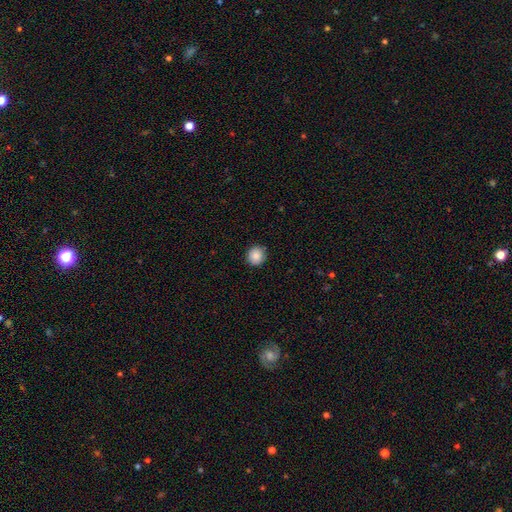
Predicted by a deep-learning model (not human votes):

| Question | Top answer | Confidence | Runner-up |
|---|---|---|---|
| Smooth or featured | smooth | 88% | star or artifact (9%) |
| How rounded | round | 91% | in between (8%) |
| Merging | none | 90% | minor disturbance (7%) |